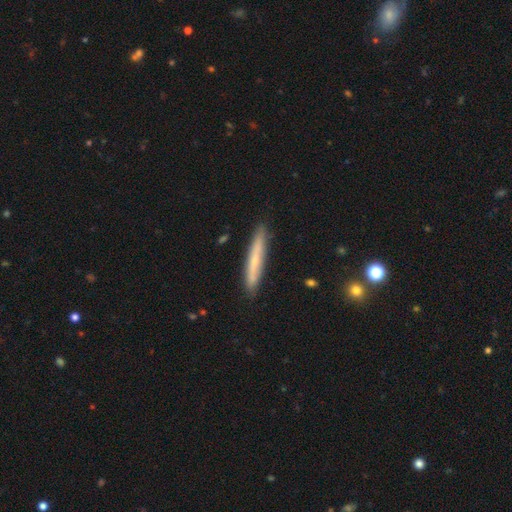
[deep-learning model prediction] smooth_or_featured: smooth (p=0.57) [alt: featured or disk p=0.36]
how_rounded: cigar-shaped (p=0.95) [alt: in between p=0.03]
merging: none (p=0.88) [alt: minor disturbance p=0.09]